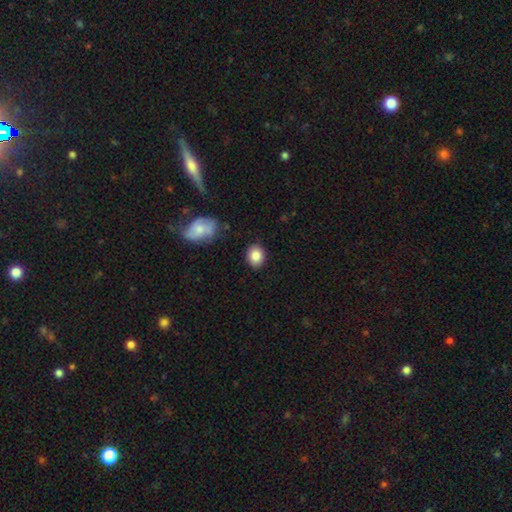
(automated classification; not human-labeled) smooth 84%, star or artifact 8%, featured or disk 7%. Down the decision tree: how rounded — round (58%); merging — none (87%).